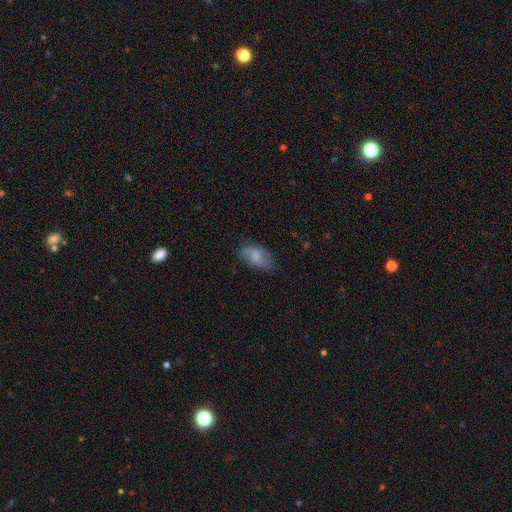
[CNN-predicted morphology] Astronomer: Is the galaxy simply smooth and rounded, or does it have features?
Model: smooth — 68%.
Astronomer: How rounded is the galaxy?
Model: in between — 92%.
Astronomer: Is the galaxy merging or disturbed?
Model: none — 61%.